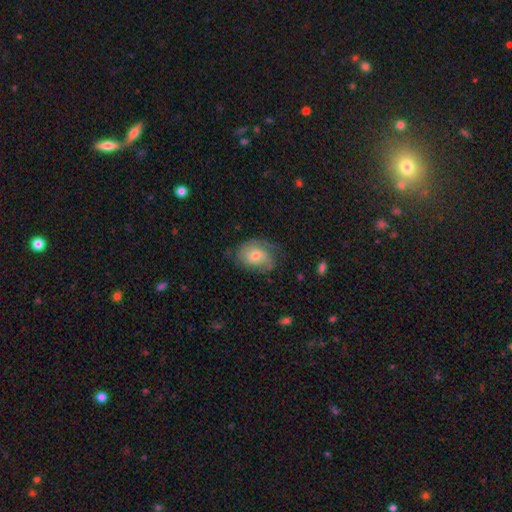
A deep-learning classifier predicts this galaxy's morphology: This is possibly a featured or disk galaxy (51%). It is clearly not viewed edge-on (96%). Merging: possibly none (58%).